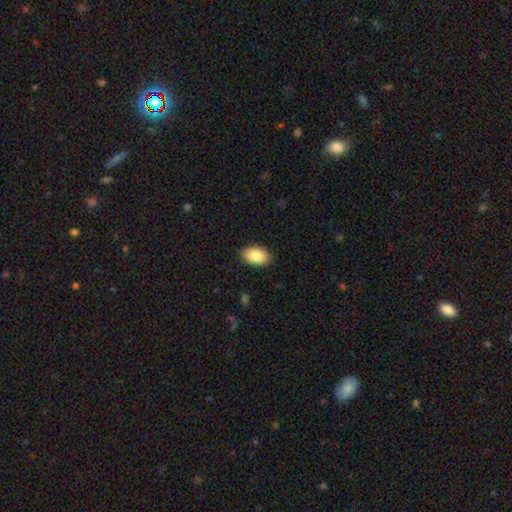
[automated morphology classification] Smooth or featured?
  - smooth: 87% *
  - featured or disk: 7%
  - star or artifact: 6%
How rounded?
  - in between: 91% *
  - round: 8%
  - cigar-shaped: 1%
Merging?
  - none: 89% *
  - minor disturbance: 8%
  - major disturbance: 2%
  - merger: 1%